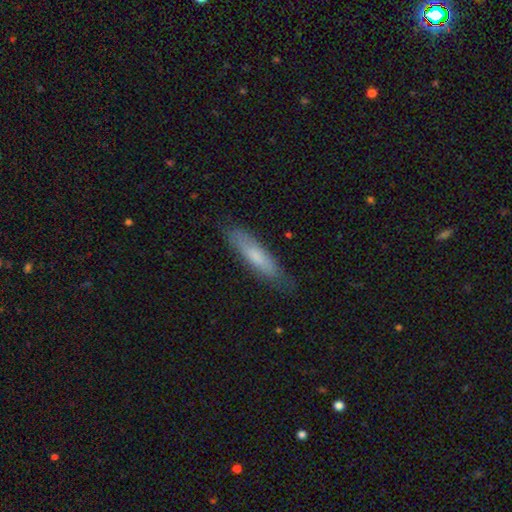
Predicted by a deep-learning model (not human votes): This is likely a smooth galaxy (70%). How rounded: likely cigar-shaped (79%). Merging: likely none (80%).